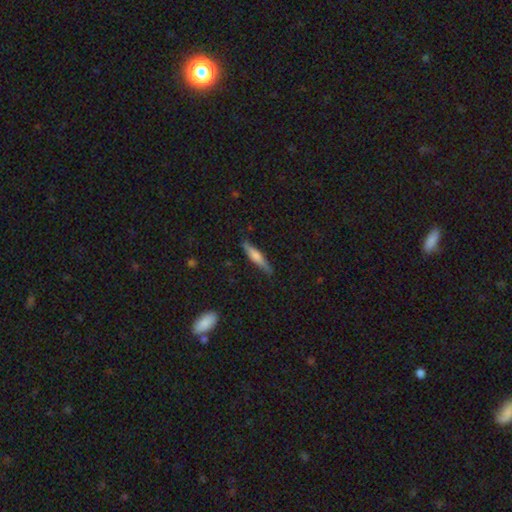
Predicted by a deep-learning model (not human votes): Smooth or featured?
  - smooth: 55% *
  - featured or disk: 39%
  - star or artifact: 6%
How rounded?
  - cigar-shaped: 86% *
  - in between: 12%
  - round: 2%
Merging?
  - none: 84% *
  - minor disturbance: 12%
  - major disturbance: 2%
  - merger: 1%